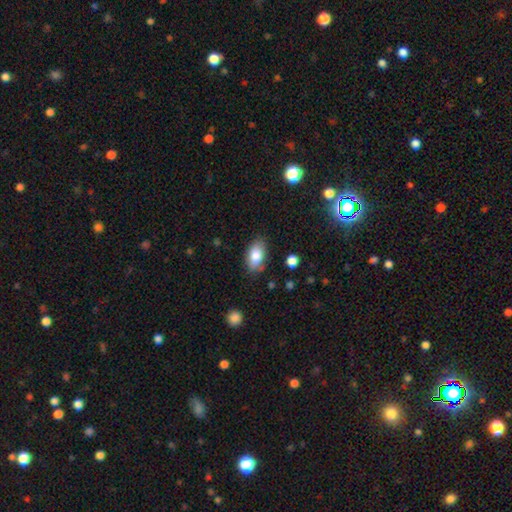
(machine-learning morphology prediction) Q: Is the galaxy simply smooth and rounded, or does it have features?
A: smooth — 82%.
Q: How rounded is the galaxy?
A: in between — 92%.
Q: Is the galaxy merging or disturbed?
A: none — 78%.